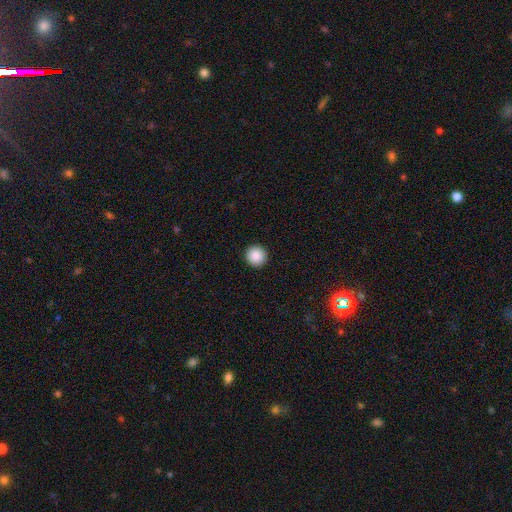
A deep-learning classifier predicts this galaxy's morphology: The model was most divided on "smooth or featured": smooth: 89%, star or artifact: 8%, featured or disk: 3%. More confident: how rounded — round (96%); merging — none (93%).